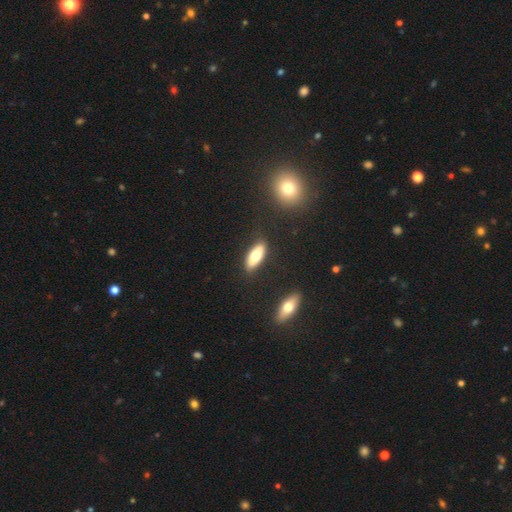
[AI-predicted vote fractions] The model was most divided on "smooth or featured": smooth: 71%, featured or disk: 23%, star or artifact: 6%. More confident: merging — none (84%); how rounded — in between (76%).